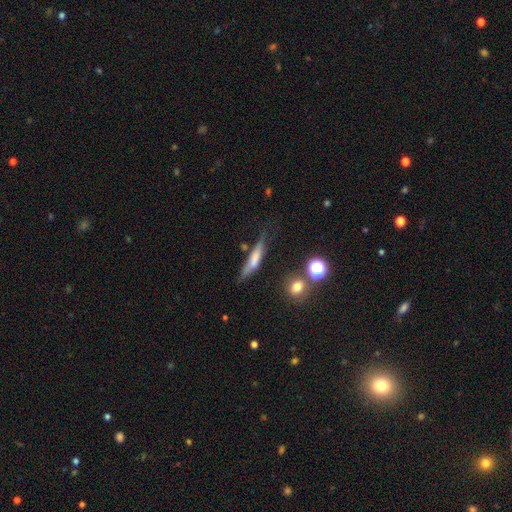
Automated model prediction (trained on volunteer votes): smooth 45%, featured or disk 43%, star or artifact 12%. Down the decision tree: merging — none (57%).